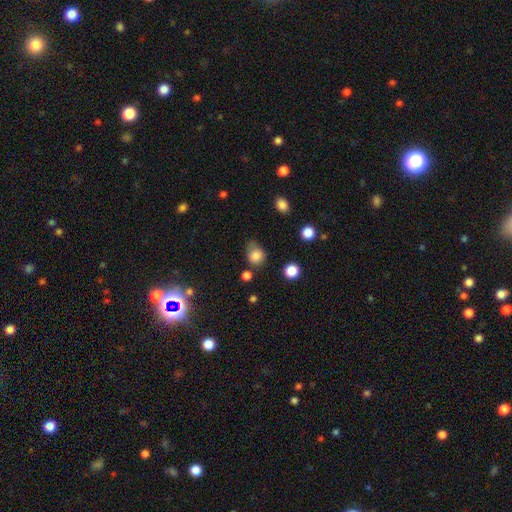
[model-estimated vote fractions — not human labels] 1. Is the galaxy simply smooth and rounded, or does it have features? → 82% smooth, 12% star or artifact, 6% featured or disk.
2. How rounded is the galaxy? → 67% round, 32% in between, 1% cigar-shaped.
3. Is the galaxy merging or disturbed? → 53% none, 31% minor disturbance, 10% major disturbance, 5% merger.